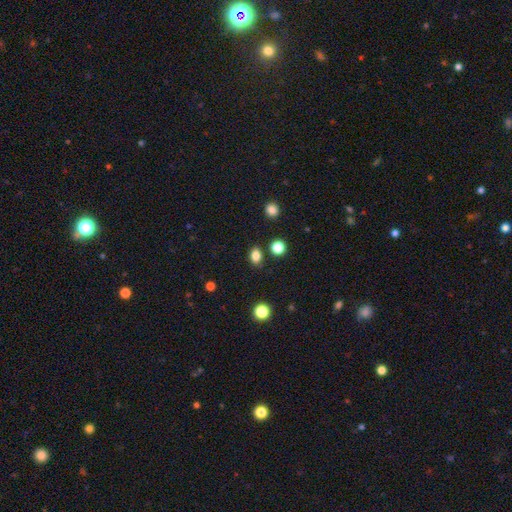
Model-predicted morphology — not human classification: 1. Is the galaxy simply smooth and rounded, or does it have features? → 82% smooth, 13% star or artifact, 5% featured or disk.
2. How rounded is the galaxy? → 62% in between, 36% round, 1% cigar-shaped.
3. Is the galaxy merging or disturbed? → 83% none, 10% minor disturbance, 4% merger, 3% major disturbance.